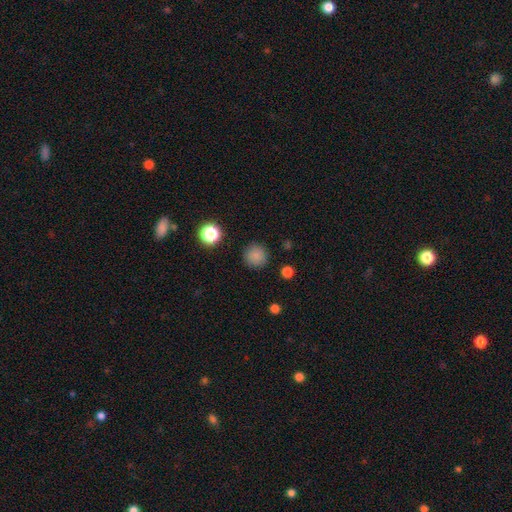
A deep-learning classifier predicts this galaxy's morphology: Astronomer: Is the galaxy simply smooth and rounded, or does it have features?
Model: smooth — 84%.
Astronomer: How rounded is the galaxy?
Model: round — 94%.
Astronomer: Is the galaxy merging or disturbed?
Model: none — 88%.